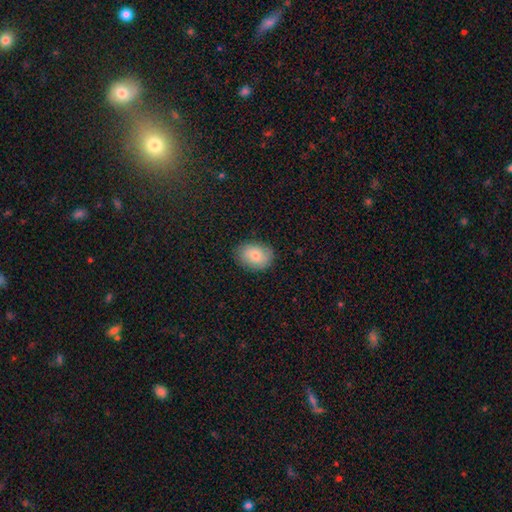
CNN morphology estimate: Smooth or featured? smooth (76%)
How rounded? in between (69%)
Merging? none (84%)